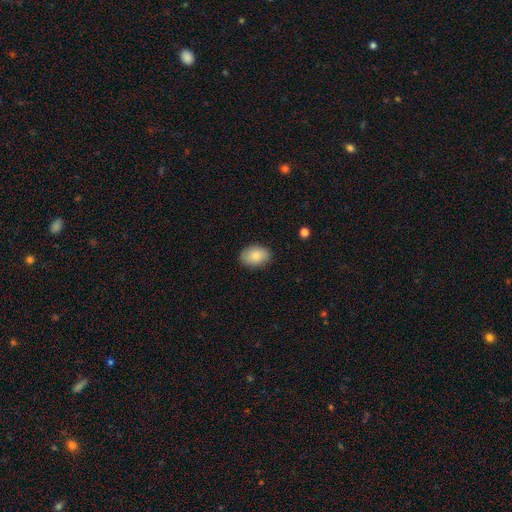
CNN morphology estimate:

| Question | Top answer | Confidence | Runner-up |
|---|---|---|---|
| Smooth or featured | smooth | 86% | featured or disk (8%) |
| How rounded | in between | 83% | round (16%) |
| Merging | none | 84% | minor disturbance (12%) |